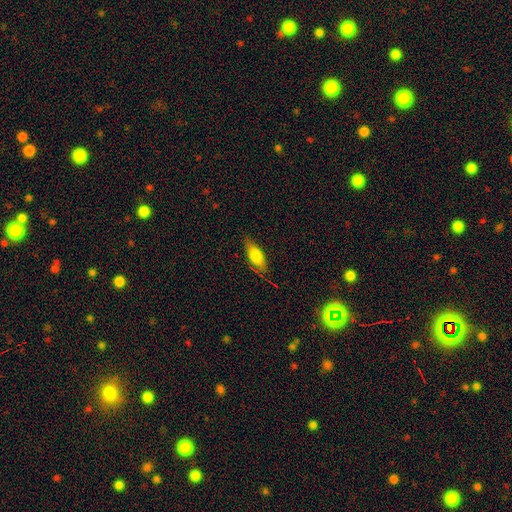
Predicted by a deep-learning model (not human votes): Smooth or featured?
  - smooth: 74% *
  - featured or disk: 19%
  - star or artifact: 7%
How rounded?
  - in between: 71% *
  - cigar-shaped: 26%
  - round: 3%
Merging?
  - none: 73% *
  - minor disturbance: 21%
  - major disturbance: 5%
  - merger: 1%